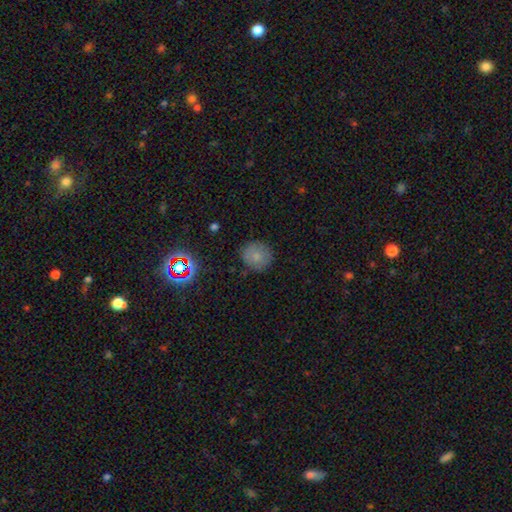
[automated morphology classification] Smooth or featured? smooth (75%)
How rounded? round (90%)
Merging? none (83%)